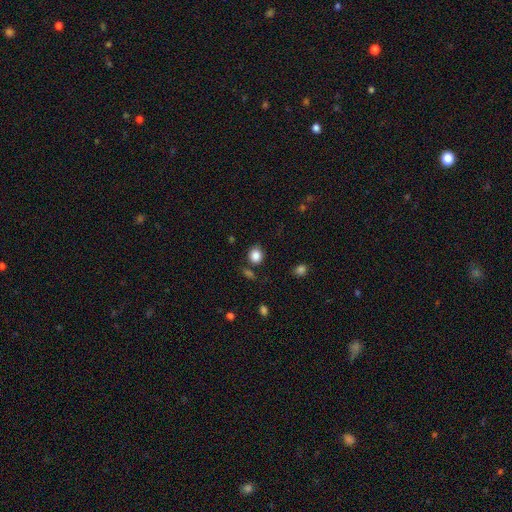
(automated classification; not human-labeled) Morphology: type=smooth (85%); roundness=round (76%); merging=none (78%).